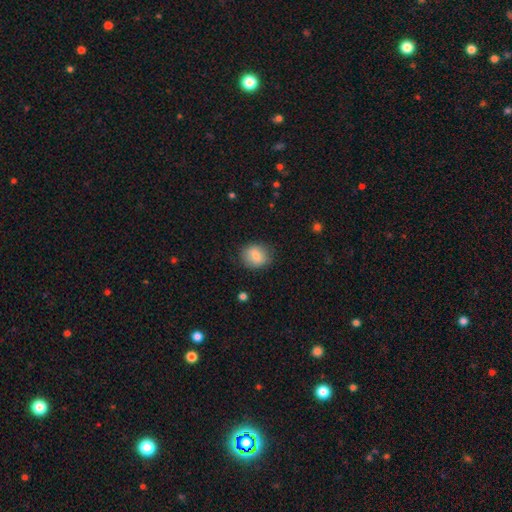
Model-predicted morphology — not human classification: This is likely a smooth galaxy (77%). How rounded: likely round (70%). Merging: clearly none (82%).